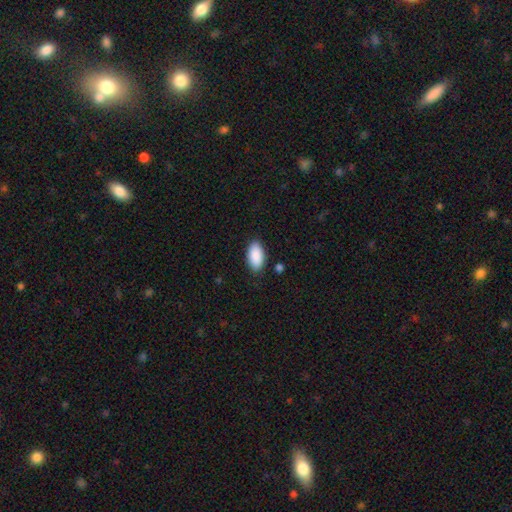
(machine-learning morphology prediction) This appears to be a smooth galaxy with no disk features (91%) that is in between round and cigar-shaped (95%). Merging: none (86%).